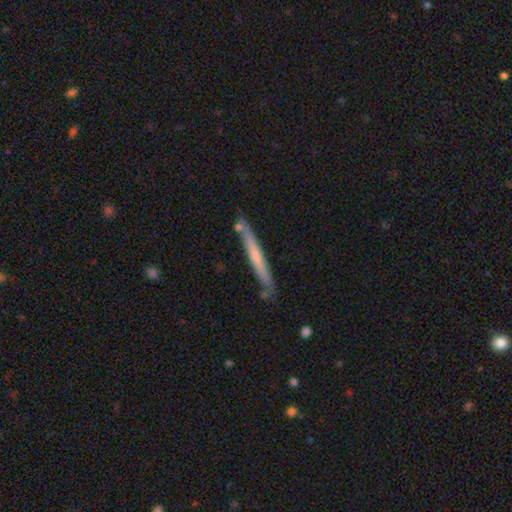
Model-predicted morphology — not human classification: This is possibly a featured or disk galaxy (48%). Merging: clearly none (80%).